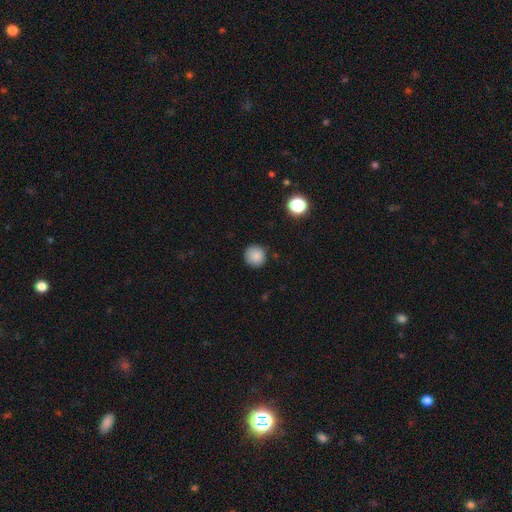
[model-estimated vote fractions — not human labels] A smooth galaxy with no disk features (86%) that is round (94%). Merging: none (89%).